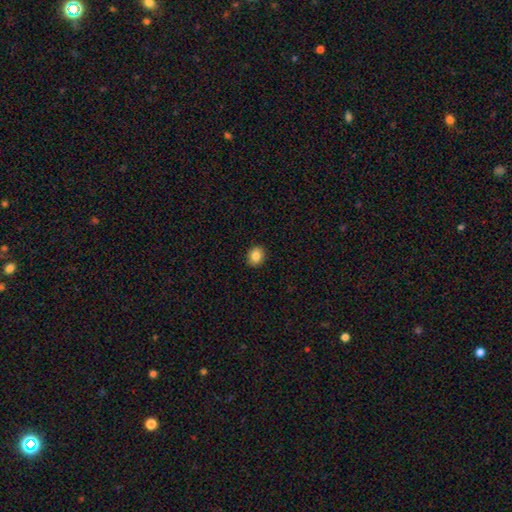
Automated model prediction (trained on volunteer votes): smooth-or-featured: smooth: 85% | star or artifact: 9% | featured or disk: 6%
  how-rounded: round: 54% | in between: 45% | cigar-shaped: 1%
  merging: none: 91% | minor disturbance: 7% | major disturbance: 2% | merger: 1%